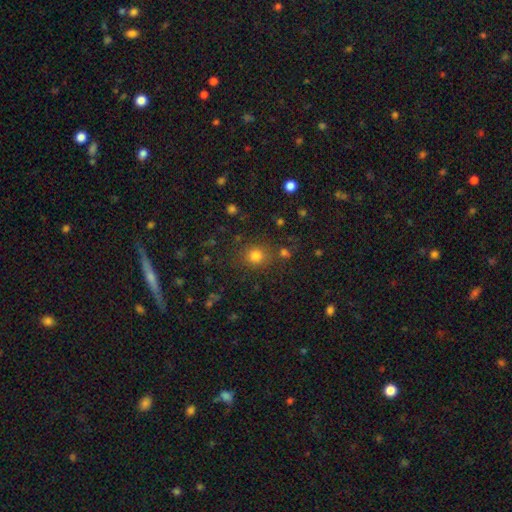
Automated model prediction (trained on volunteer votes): Smooth or featured? Predicted: smooth (p=0.78). How rounded? Predicted: round (p=0.83). Merging? Predicted: none (p=0.81).